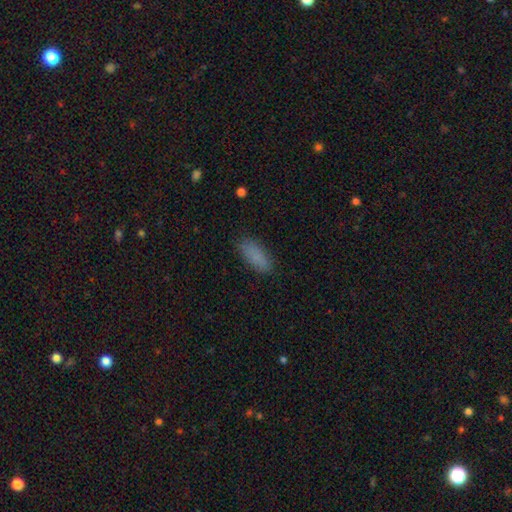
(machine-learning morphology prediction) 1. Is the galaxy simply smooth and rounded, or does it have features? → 86% smooth, 8% star or artifact, 6% featured or disk.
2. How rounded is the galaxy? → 77% in between, 21% cigar-shaped, 2% round.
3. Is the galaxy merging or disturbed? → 85% none, 11% minor disturbance, 3% major disturbance, 1% merger.